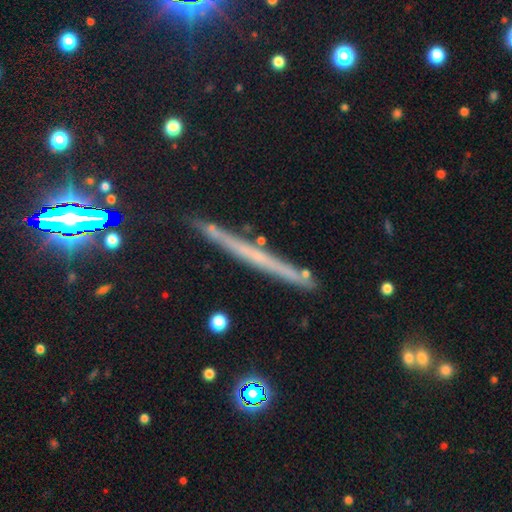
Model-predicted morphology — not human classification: Smooth or featured: featured or disk — 54% (smooth — 31%)
Edge-on disk: yes — 96% (no — 4%)
Edge-on bulge: none — 85% (rounded — 10%)
Merging: none — 86% (minor disturbance — 10%)